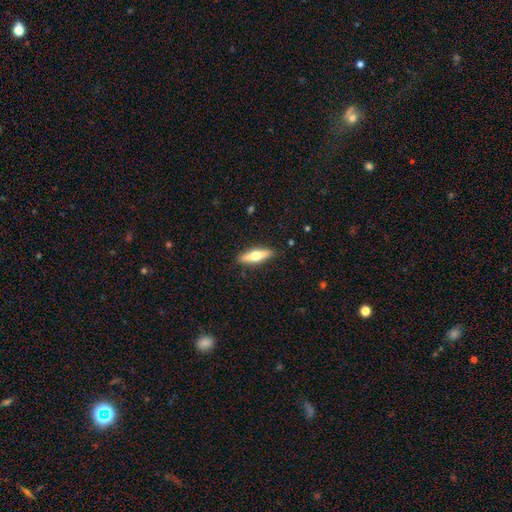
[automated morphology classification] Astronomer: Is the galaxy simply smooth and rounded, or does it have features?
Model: smooth — 48% (runner-up: featured or disk, 46%).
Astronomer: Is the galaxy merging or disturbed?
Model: none — 89%.